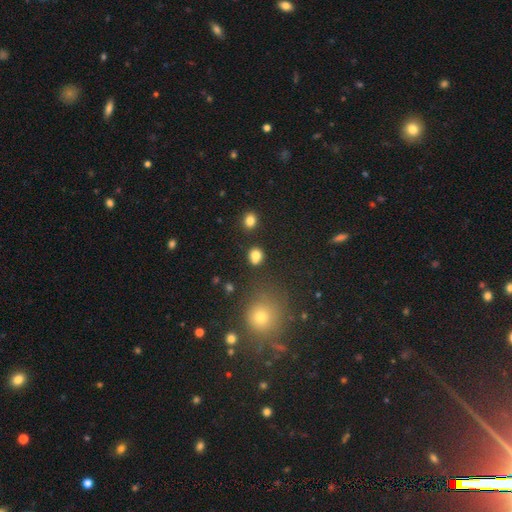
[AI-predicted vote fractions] Smooth or featured? Predicted: smooth (p=0.80). How rounded? Predicted: round (p=0.69). Merging? Predicted: none (p=0.73).